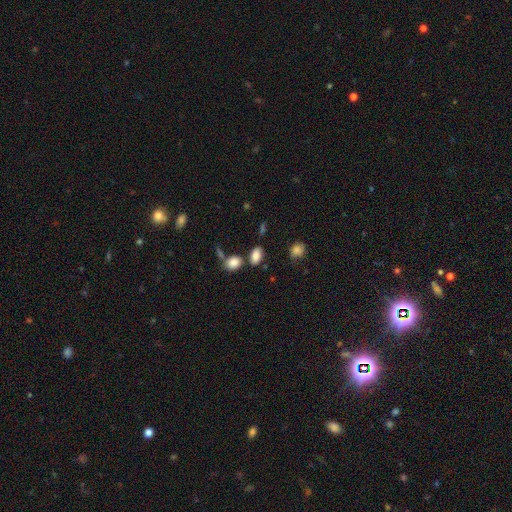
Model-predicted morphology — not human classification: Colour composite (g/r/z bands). It shows a smooth galaxy with no disk features (85%) that is in between round and cigar-shaped (87%). Merging: none (67%).